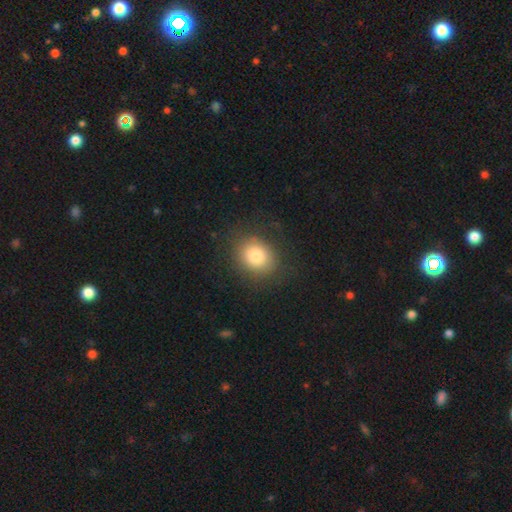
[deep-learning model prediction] smooth_or_featured: smooth (p=0.80) [alt: featured or disk p=0.11]
how_rounded: round (p=0.62) [alt: in between p=0.37]
merging: none (p=0.80) [alt: minor disturbance p=0.12]